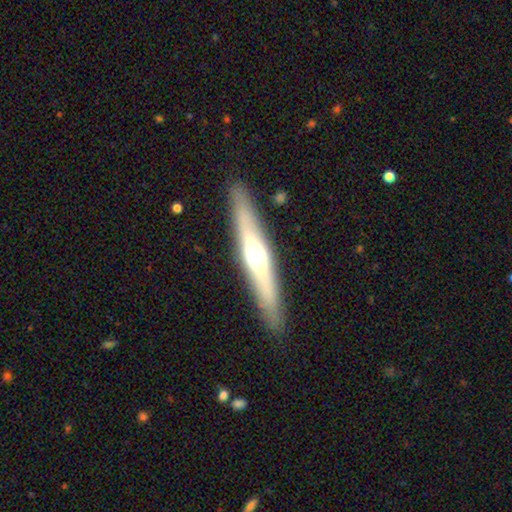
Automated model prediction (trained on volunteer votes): Morphology: type=featured or disk (58%); edge-on=yes (92%); edge-on bulge=rounded (84%); merging=none (89%).